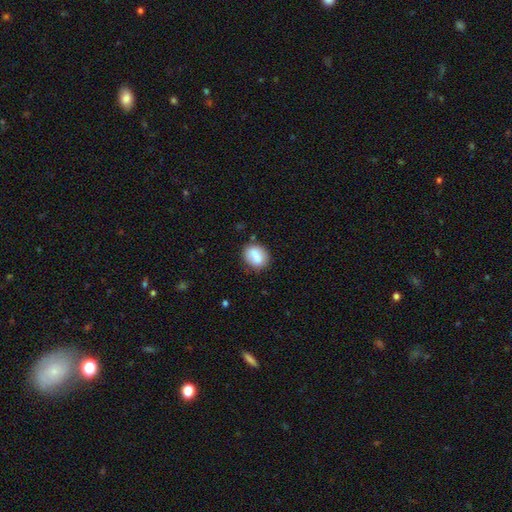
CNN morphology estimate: A smooth galaxy with no disk features (81%) that is in between round and cigar-shaped (55%). Merging: none (75%).